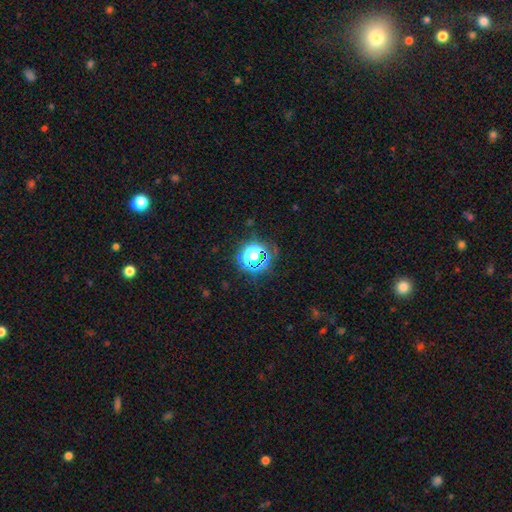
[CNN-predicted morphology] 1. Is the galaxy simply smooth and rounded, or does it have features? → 54% star or artifact, 35% smooth, 11% featured or disk.